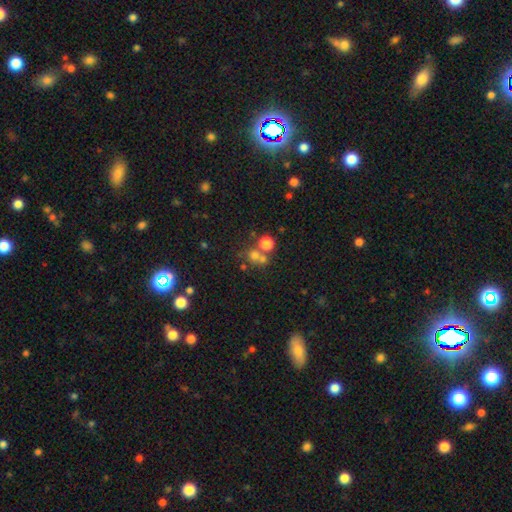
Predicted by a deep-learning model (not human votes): This is possibly a smooth galaxy (58%). How rounded: clearly round (85%). Merging: possibly none (52%).